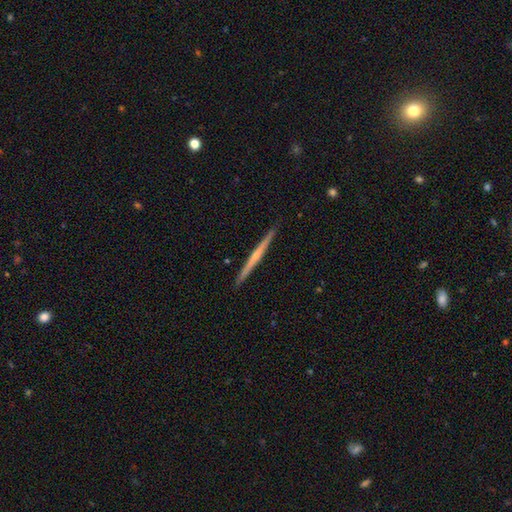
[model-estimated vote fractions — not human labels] Smooth or featured? Predicted: featured or disk (p=0.69). Edge-on disk? Predicted: yes (p=0.98). Edge-on bulge? Predicted: rounded (p=0.50). Merging? Predicted: none (p=0.92).